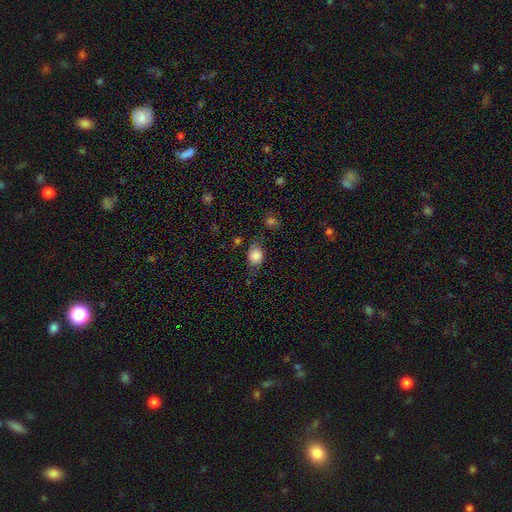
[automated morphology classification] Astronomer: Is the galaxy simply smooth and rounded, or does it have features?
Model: smooth — 82%.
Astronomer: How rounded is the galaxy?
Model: in between — 59% (runner-up: round, 40%).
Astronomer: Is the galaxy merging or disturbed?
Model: none — 64%.